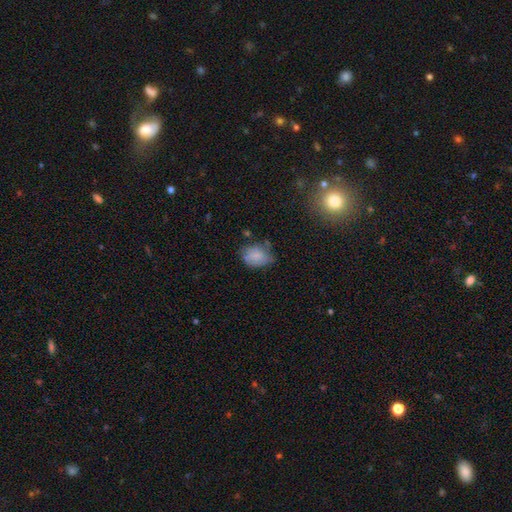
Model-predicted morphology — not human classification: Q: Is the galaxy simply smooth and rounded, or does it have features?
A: smooth — 77%.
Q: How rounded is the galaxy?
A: in between — 70%.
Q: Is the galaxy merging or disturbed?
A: none — 53%.